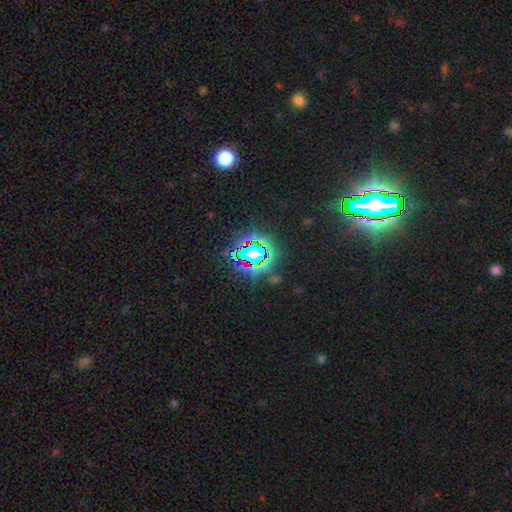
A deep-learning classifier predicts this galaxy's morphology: Overall: star or artifact (78%).